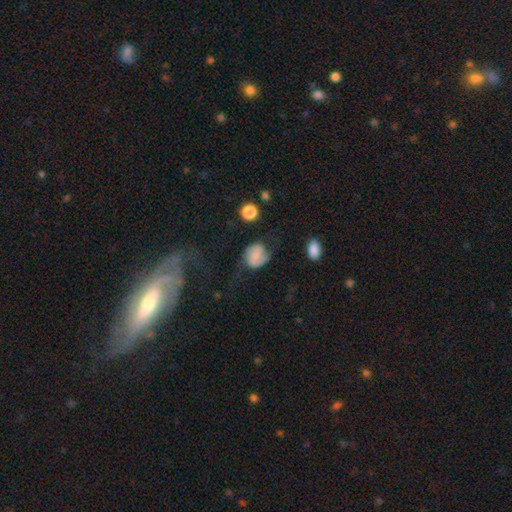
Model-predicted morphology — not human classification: A featured or disk galaxy (49%). Merging: none (55%).